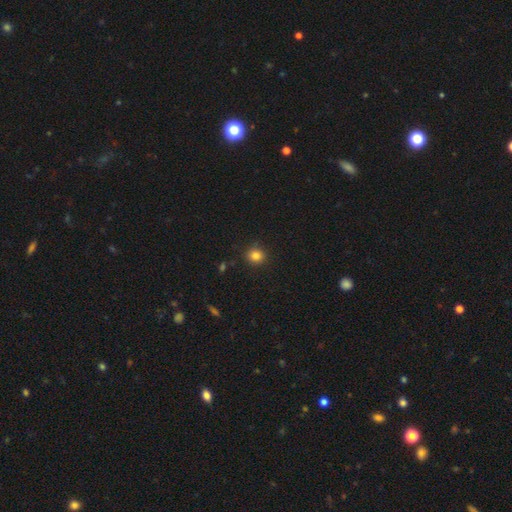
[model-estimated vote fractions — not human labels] Smooth or featured?
  - smooth: 83% *
  - star or artifact: 12%
  - featured or disk: 5%
How rounded?
  - round: 86% *
  - in between: 13%
  - cigar-shaped: 1%
Merging?
  - none: 89% *
  - minor disturbance: 8%
  - major disturbance: 2%
  - merger: 1%